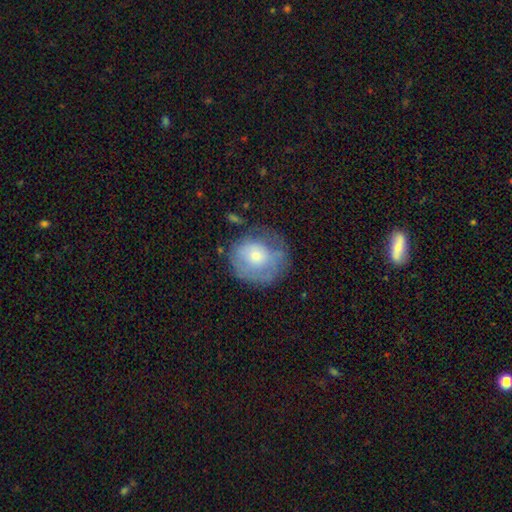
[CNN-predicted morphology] Smooth or featured? smooth (54%)
How rounded? round (80%)
Merging? none (55%)